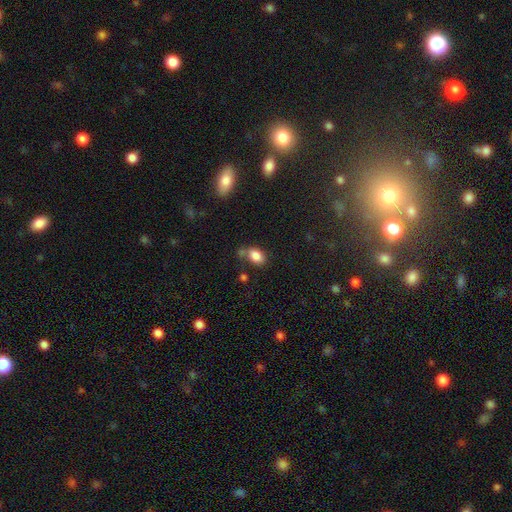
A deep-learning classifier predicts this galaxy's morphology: A smooth galaxy with no disk features (83%) that is in between round and cigar-shaped (83%).

Vote fractions:
- Smooth or featured? smooth: 83% / star or artifact: 9% / featured or disk: 7%
- How rounded? in between: 83% / round: 16% / cigar-shaped: 1%
- Merging? none: 53% / minor disturbance: 21% / merger: 18% / major disturbance: 8%